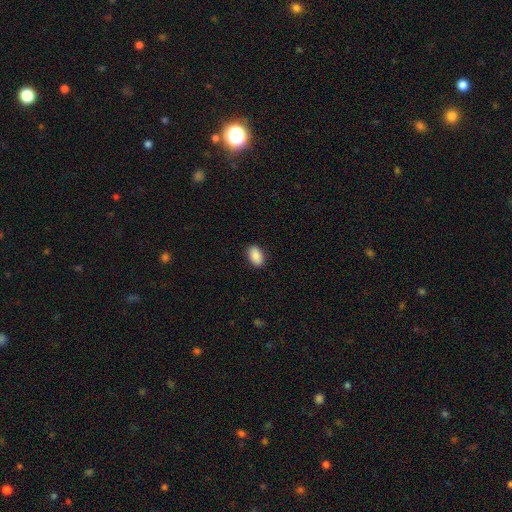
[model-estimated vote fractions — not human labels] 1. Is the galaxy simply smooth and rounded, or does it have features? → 89% smooth, 7% star or artifact, 5% featured or disk.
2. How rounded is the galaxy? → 91% in between, 7% round, 1% cigar-shaped.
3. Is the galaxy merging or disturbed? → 89% none, 8% minor disturbance, 2% major disturbance, 1% merger.